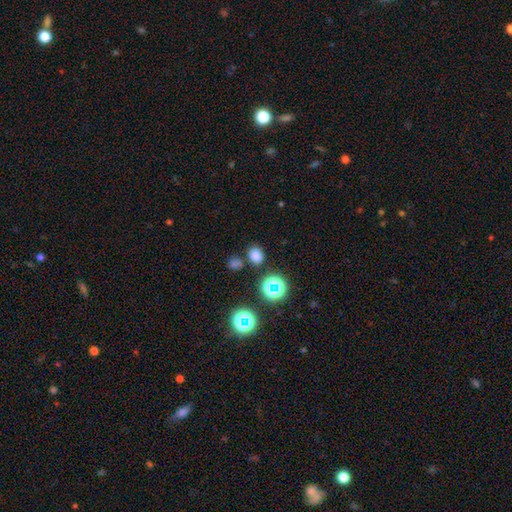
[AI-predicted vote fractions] Smooth or featured?
  - smooth: 72% *
  - star or artifact: 22%
  - featured or disk: 5%
How rounded?
  - round: 60% *
  - in between: 39%
  - cigar-shaped: 1%
Merging?
  - none: 77% *
  - minor disturbance: 11%
  - merger: 8%
  - major disturbance: 4%